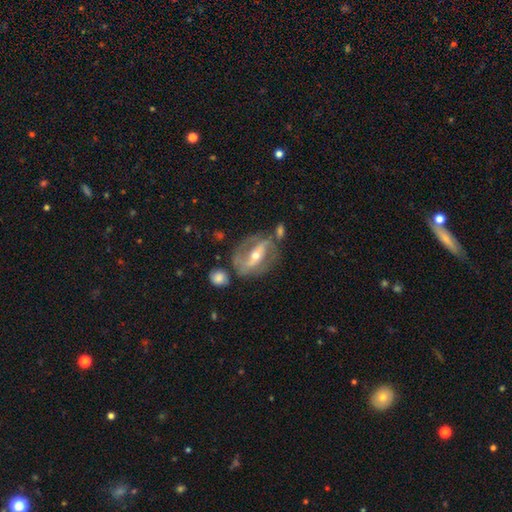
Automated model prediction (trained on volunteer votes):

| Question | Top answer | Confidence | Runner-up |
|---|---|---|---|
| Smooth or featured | featured or disk | 81% | smooth (13%) |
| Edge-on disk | no | 91% | yes (9%) |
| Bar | strong | 64% | weak (22%) |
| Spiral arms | yes | 79% | no (21%) |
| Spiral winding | medium | 43% | tight (33%) |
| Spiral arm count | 2 | 80% | can't tell (11%) |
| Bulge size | moderate | 55% | small (41%) |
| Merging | none | 63% | minor disturbance (18%) |